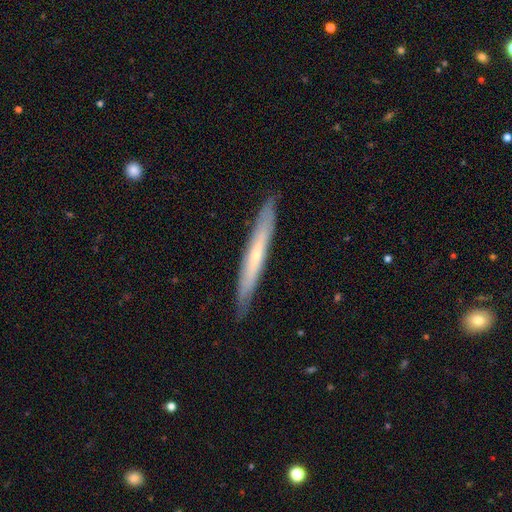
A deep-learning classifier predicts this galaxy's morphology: smooth_or_featured: featured or disk (p=0.54) [alt: smooth p=0.40]
disk_edge_on: yes (p=0.89) [alt: no p=0.11]
merging: none (p=0.88) [alt: minor disturbance p=0.10]